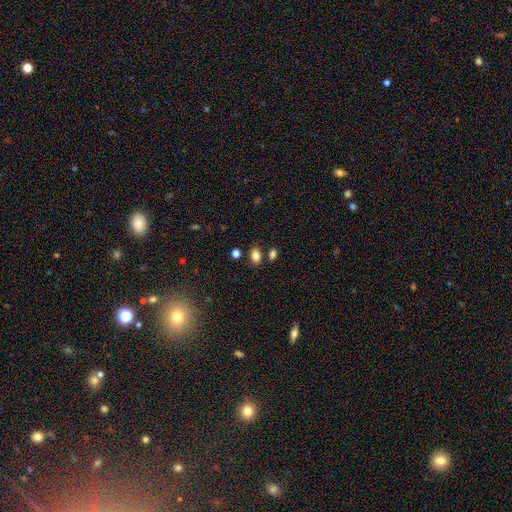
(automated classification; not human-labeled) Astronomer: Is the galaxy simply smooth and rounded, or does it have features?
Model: smooth — 83%.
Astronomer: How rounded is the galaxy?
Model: in between — 81%.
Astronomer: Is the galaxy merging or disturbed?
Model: none — 79%.